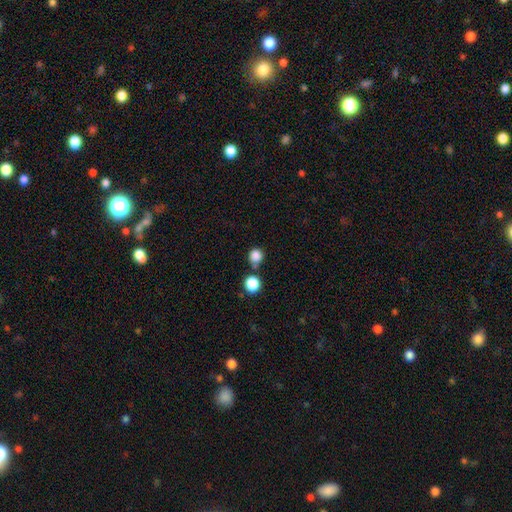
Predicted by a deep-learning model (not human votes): Smooth or featured? smooth (84%)
How rounded? round (89%)
Merging? none (67%)